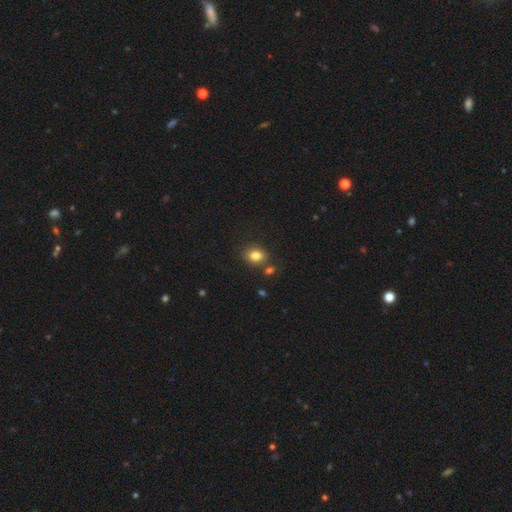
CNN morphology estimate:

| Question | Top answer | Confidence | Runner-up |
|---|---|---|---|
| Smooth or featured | smooth | 82% | star or artifact (11%) |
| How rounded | round | 50% | in between (49%) |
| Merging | none | 75% | minor disturbance (11%) |